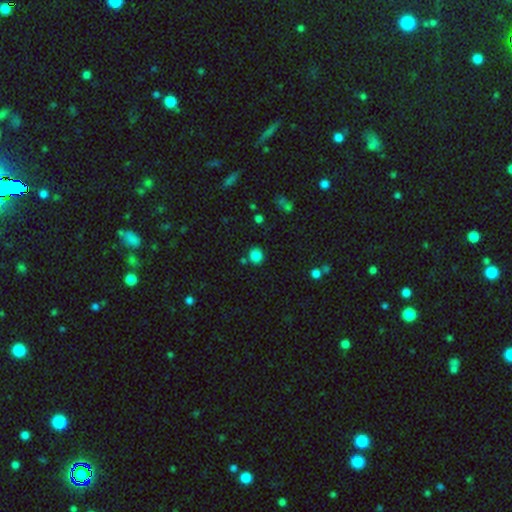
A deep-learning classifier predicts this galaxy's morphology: Q: Smooth or featured?
A: smooth (83%); runner-up: star or artifact (12%)
Q: How rounded?
A: round (80%); runner-up: in between (19%)
Q: Merging?
A: none (80%); runner-up: minor disturbance (10%)